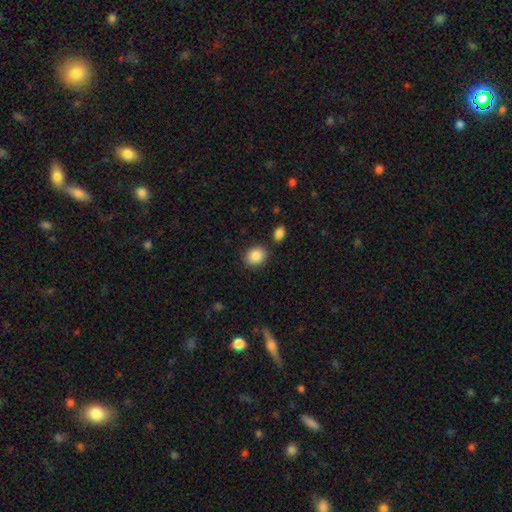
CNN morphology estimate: Smooth or featured?
  - smooth: 88% *
  - star or artifact: 8%
  - featured or disk: 4%
How rounded?
  - round: 60% *
  - in between: 39%
  - cigar-shaped: 1%
Merging?
  - none: 83% *
  - minor disturbance: 10%
  - merger: 5%
  - major disturbance: 3%